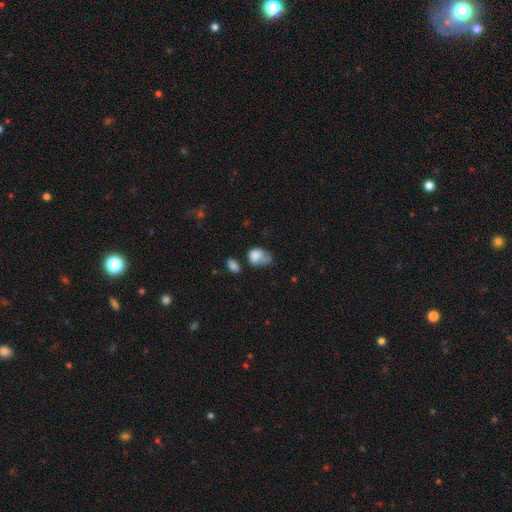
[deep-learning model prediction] The model was most divided on "merging": minor disturbance: 34%, major disturbance: 28%, none: 22%, merger: 16%. More confident: smooth or featured — smooth (77%); how rounded — in between (69%).